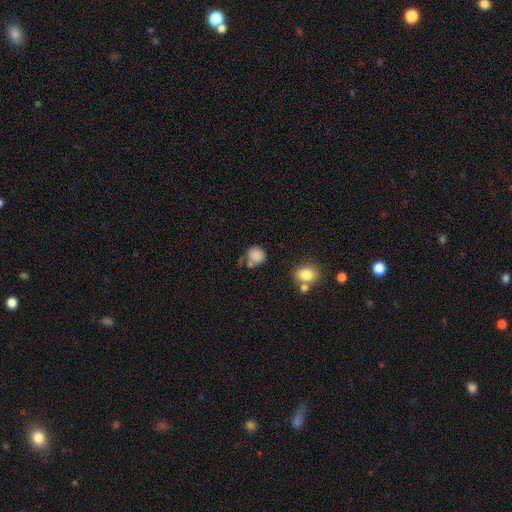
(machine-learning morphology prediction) Smooth or featured? smooth (84%)
How rounded? round (85%)
Merging? none (57%)